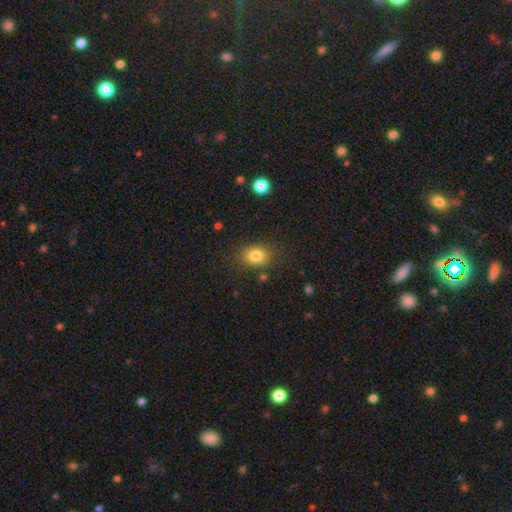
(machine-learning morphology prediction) smooth 82%, star or artifact 11%, featured or disk 7%. Down the decision tree: how rounded — in between (55%); merging — none (78%).